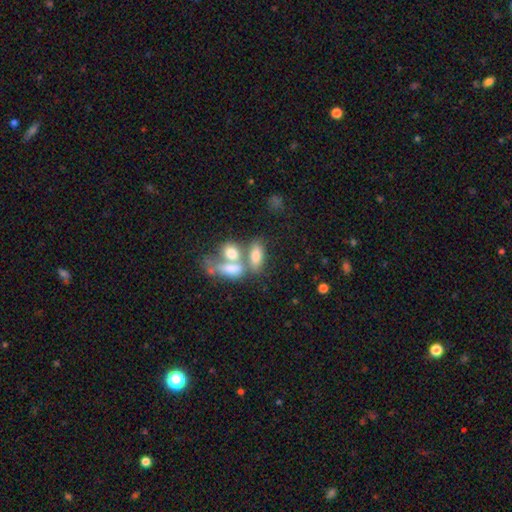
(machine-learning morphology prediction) smooth_or_featured: smooth (p=0.71) [alt: featured or disk p=0.20]
how_rounded: in between (p=0.82) [alt: cigar-shaped p=0.10]
merging: merger (p=0.53) [alt: none p=0.31]